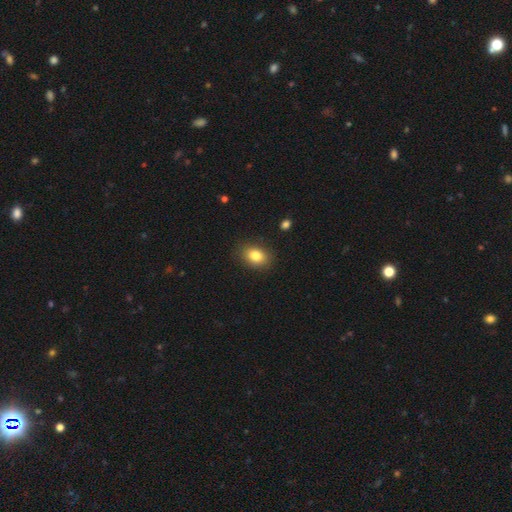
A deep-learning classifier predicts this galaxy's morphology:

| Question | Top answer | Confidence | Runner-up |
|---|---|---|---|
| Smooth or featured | smooth | 83% | star or artifact (9%) |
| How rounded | in between | 70% | round (28%) |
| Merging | none | 86% | minor disturbance (10%) |